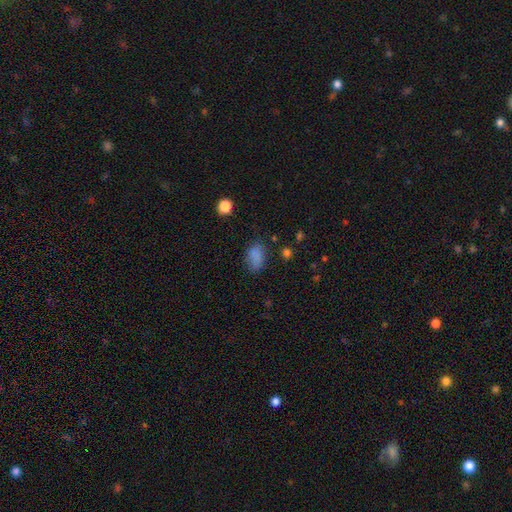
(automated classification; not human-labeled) This appears to be a smooth galaxy with no disk features (80%) that is in between round and cigar-shaped (89%). Merging: none (68%).